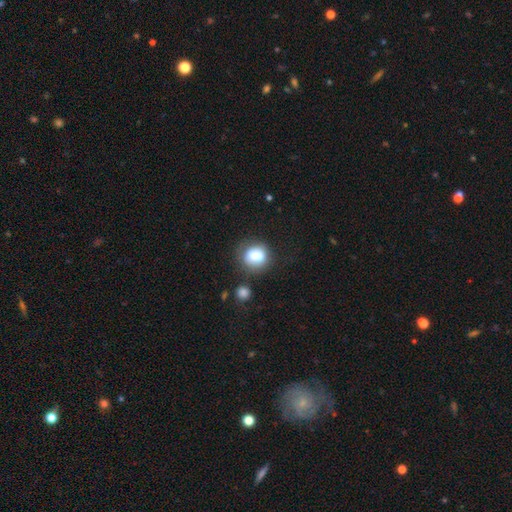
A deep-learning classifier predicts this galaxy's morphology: The model was most divided on "how rounded": round: 68%, in between: 31%, cigar-shaped: 1%. More confident: smooth or featured — smooth (80%); merging — none (65%).